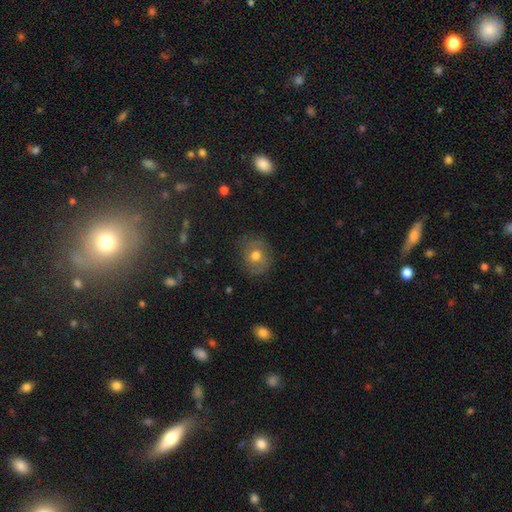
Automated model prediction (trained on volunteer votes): smooth_or_featured: smooth (p=0.59) [alt: featured or disk p=0.30]
how_rounded: round (p=0.74) [alt: in between p=0.25]
merging: none (p=0.76) [alt: minor disturbance p=0.16]